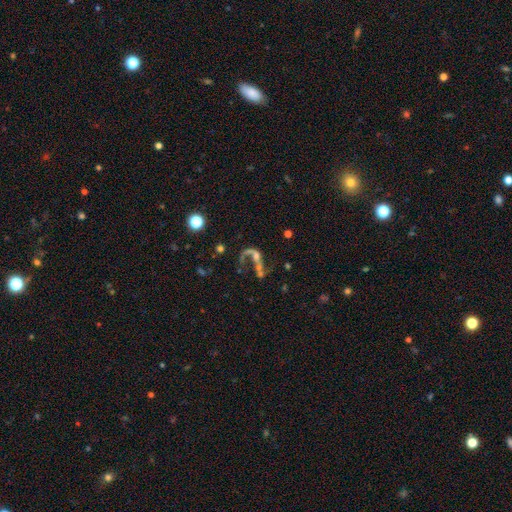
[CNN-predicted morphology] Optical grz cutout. It shows a featured or disk galaxy (66%) with no bar (60%), spiral arms (62%) and no central bulge (36%). Merging: merger (35%).